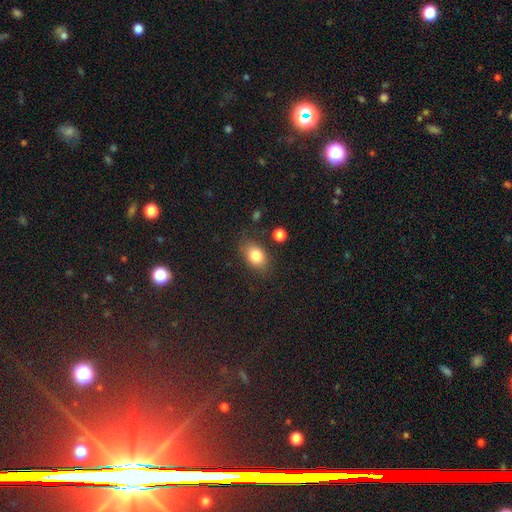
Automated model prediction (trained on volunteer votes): smooth 82%, star or artifact 9%, featured or disk 9%. Down the decision tree: how rounded — in between (76%); merging — none (77%).